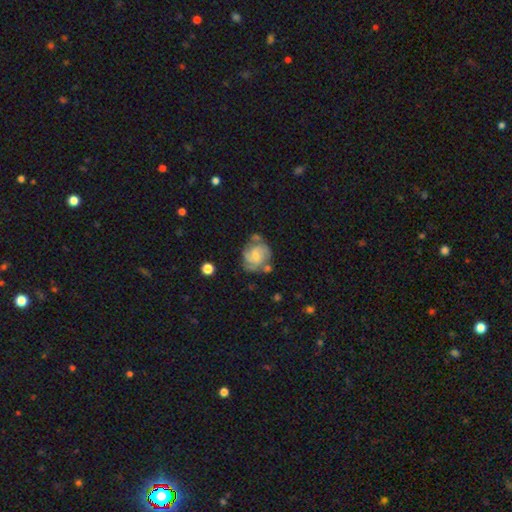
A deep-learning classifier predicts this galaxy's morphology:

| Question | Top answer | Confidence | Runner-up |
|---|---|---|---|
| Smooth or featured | featured or disk | 72% | smooth (21%) |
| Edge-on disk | no | 98% | yes (2%) |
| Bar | no | 55% | weak (39%) |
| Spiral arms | yes | 92% | no (8%) |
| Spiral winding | tight | 46% | medium (42%) |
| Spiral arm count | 2 | 36% | 3 (28%) |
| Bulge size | small | 55% | moderate (36%) |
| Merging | none | 56% | minor disturbance (23%) |